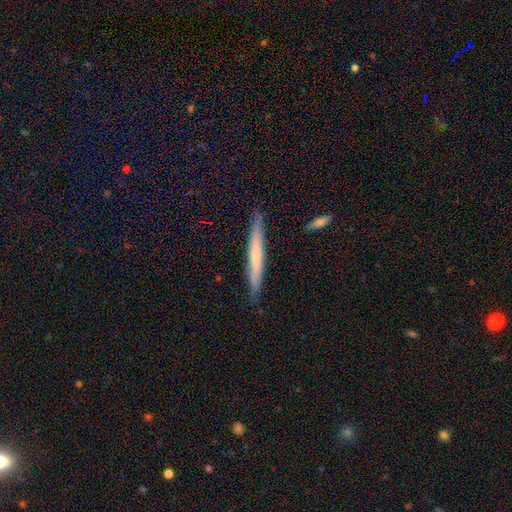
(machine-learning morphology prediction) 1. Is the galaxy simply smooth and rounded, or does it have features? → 48% smooth, 45% featured or disk, 6% star or artifact.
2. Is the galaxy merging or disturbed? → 86% none, 11% minor disturbance, 2% major disturbance, 1% merger.